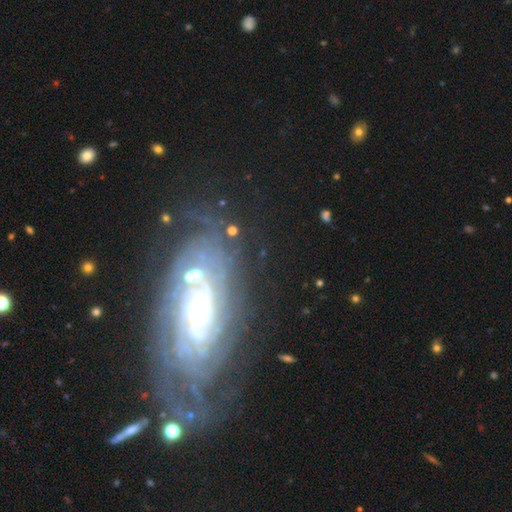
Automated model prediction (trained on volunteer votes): The model was most divided on "spiral arm count": can't tell: 39%, more than 4: 15%, 2: 14%, 4: 13%, 3: 12%, 1: 7%. More confident: spiral arms — yes (95%); edge-on disk — no (93%); smooth or featured — featured or disk (83%); spiral winding — tight (79%); bulge size — small (72%); merging — none (70%); bar — no (70%).